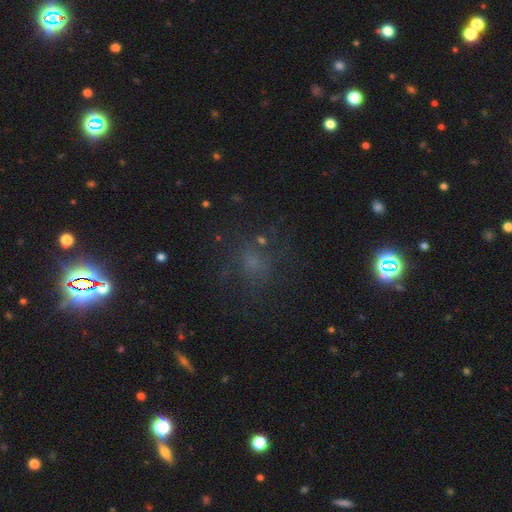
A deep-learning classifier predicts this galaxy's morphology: smooth-or-featured: star or artifact: 42% (tied) | smooth: 42% (tied) | featured or disk: 16%